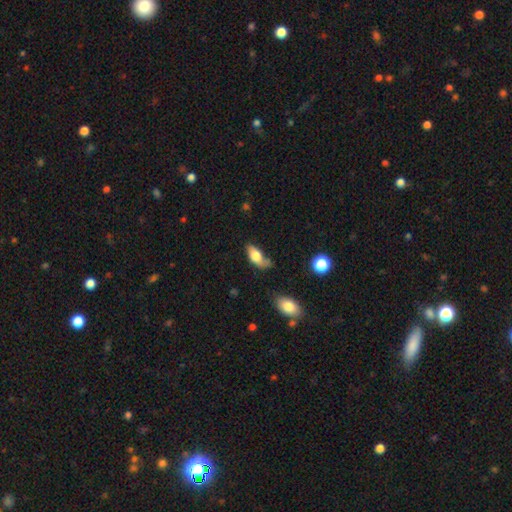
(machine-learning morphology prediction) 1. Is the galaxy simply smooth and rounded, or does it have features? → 73% smooth, 19% featured or disk, 7% star or artifact.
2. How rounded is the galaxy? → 87% in between, 8% cigar-shaped, 5% round.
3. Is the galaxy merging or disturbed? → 36% none, 35% minor disturbance, 20% major disturbance, 9% merger.